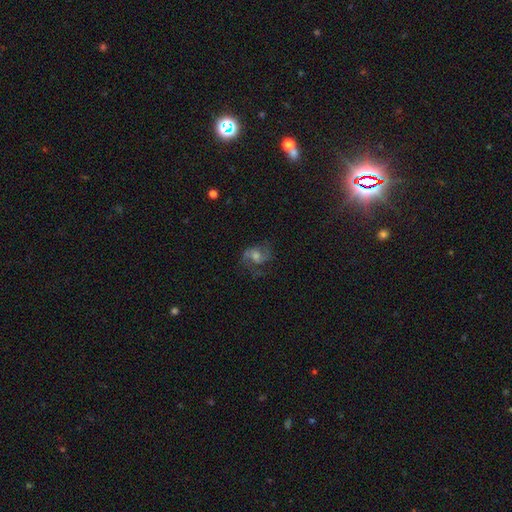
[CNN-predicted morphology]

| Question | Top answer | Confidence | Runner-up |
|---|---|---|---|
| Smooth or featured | featured or disk | 68% | smooth (16%) |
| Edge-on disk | no | 97% | yes (3%) |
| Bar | no | 51% | weak (39%) |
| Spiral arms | yes | 92% | no (8%) |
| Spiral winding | medium | 50% | loose (33%) |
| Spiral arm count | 2 | 75% | can't tell (10%) |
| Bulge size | moderate | 52% | small (29%) |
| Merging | none | 67% | minor disturbance (17%) |